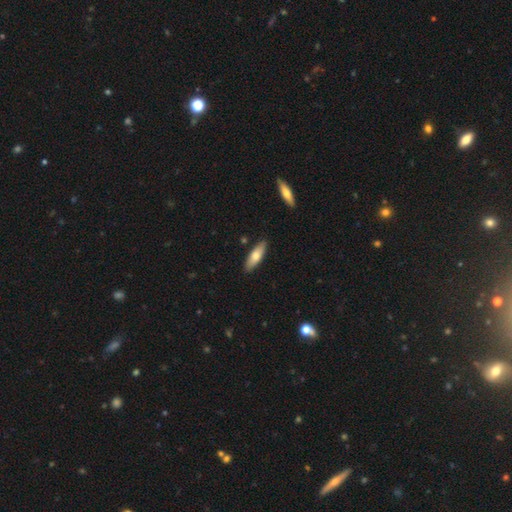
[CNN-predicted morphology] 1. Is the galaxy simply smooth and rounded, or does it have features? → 70% smooth, 24% featured or disk, 6% star or artifact.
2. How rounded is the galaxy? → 50% cigar-shaped, 48% in between, 2% round.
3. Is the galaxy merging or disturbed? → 87% none, 9% minor disturbance, 2% merger, 2% major disturbance.